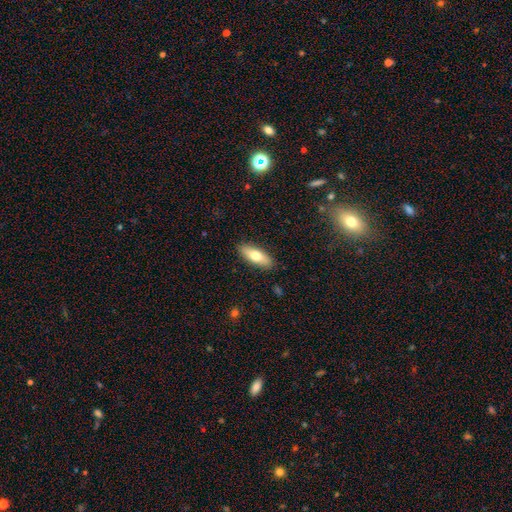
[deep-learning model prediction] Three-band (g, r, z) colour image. It shows a smooth galaxy with no disk features (71%) that is in between round and cigar-shaped (68%). Merging: none (89%).